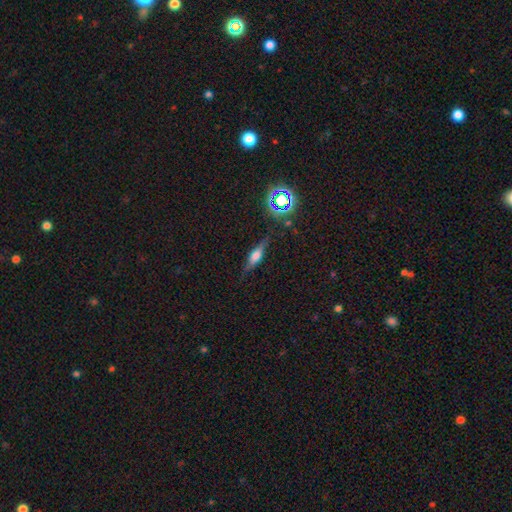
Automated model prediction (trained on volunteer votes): A featured or disk galaxy (49%). Merging: none (79%).